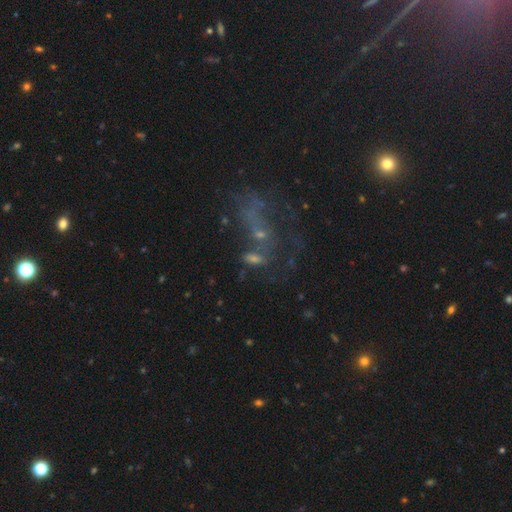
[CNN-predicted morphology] Smooth or featured?
  - featured or disk: 46% *
  - smooth: 28%
  - star or artifact: 25%
Merging?
  - merger: 31% *
  - major disturbance: 30%
  - none: 26%
  - minor disturbance: 13%